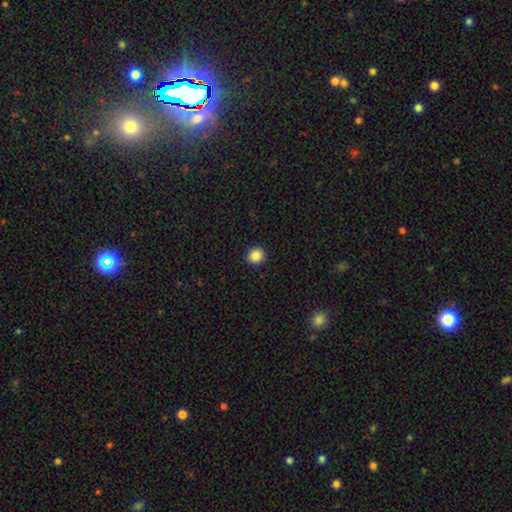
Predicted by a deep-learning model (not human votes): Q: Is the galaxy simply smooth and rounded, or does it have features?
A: smooth — 88%.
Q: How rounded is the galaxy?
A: round — 89%.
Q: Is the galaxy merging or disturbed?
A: none — 92%.